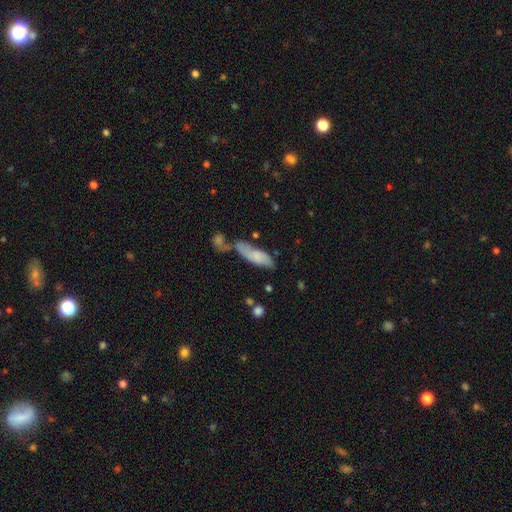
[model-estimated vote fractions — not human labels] Smooth or featured? Predicted: smooth (p=0.65). How rounded? Predicted: in between (p=0.51). Merging? Predicted: none (p=0.39).